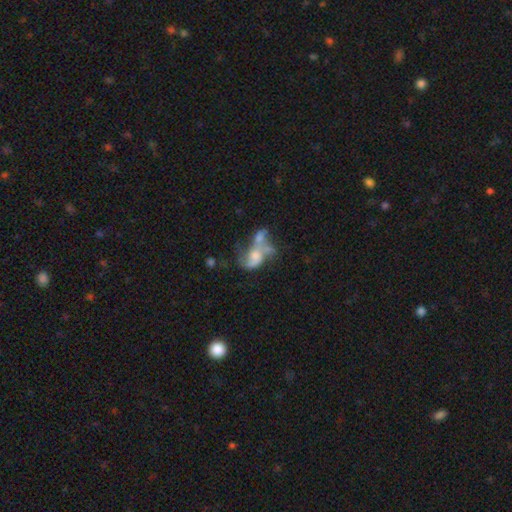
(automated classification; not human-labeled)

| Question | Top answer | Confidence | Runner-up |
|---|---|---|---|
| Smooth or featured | featured or disk | 57% | smooth (33%) |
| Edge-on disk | no | 97% | yes (3%) |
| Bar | no | 75% | weak (20%) |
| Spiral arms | yes | 54% | no (46%) |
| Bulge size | moderate | 34% | none (28%) |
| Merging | merger | 53% | major disturbance (22%) |